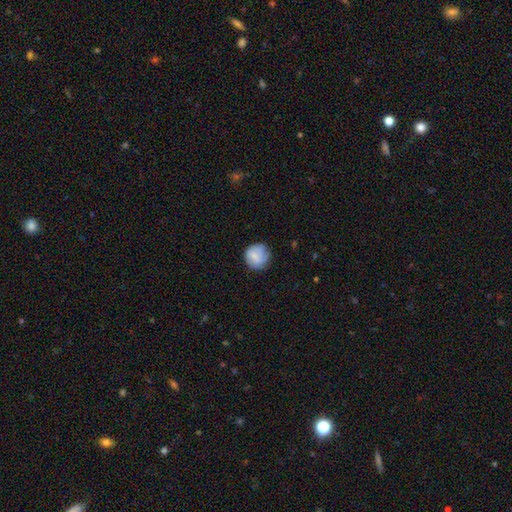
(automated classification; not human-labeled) Smooth or featured: smooth — 70% (featured or disk — 22%)
How rounded: round — 90% (in between — 9%)
Merging: none — 74% (minor disturbance — 19%)